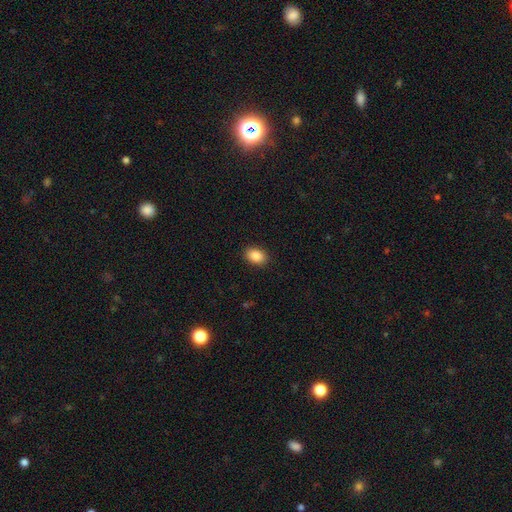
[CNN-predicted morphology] A smooth galaxy with no disk features (88%) that is in between round and cigar-shaped (82%).

Vote fractions:
- Smooth or featured? smooth: 88% / star or artifact: 8% / featured or disk: 4%
- How rounded? in between: 82% / round: 17% / cigar-shaped: 1%
- Merging? none: 90% / minor disturbance: 7% / major disturbance: 2% / merger: 1%